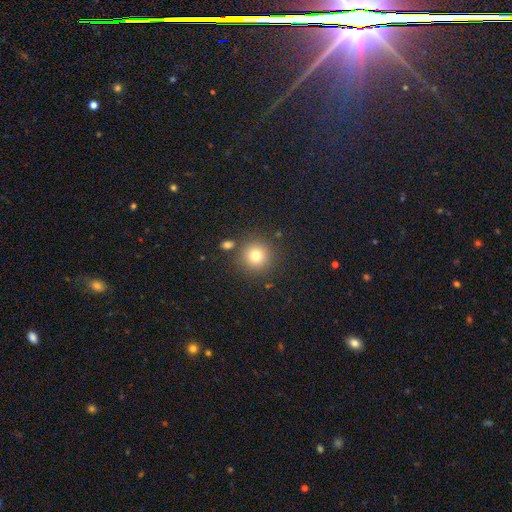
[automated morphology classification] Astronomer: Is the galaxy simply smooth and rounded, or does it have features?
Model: smooth — 77%.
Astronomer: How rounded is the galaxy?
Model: round — 94%.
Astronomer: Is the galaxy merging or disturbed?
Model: none — 84%.